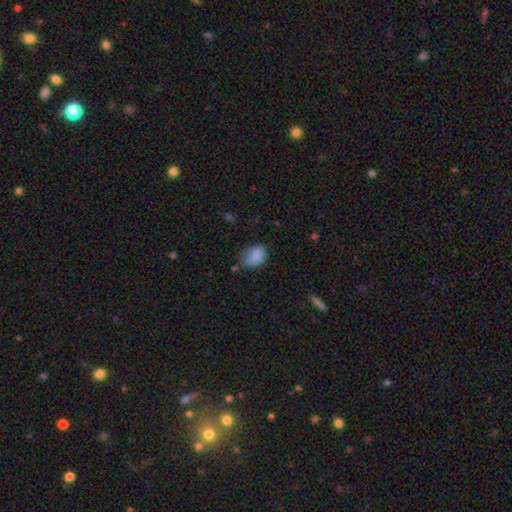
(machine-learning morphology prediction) Q: Smooth or featured?
A: smooth (83%); runner-up: star or artifact (10%)
Q: How rounded?
A: in between (75%); runner-up: round (23%)
Q: Merging?
A: none (50%); runner-up: minor disturbance (34%)